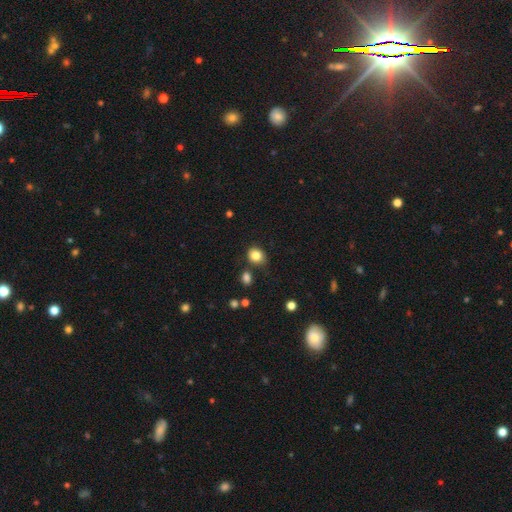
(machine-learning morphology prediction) This appears to be a smooth galaxy with no disk features (83%) that is round (60%). Merging: none (75%).